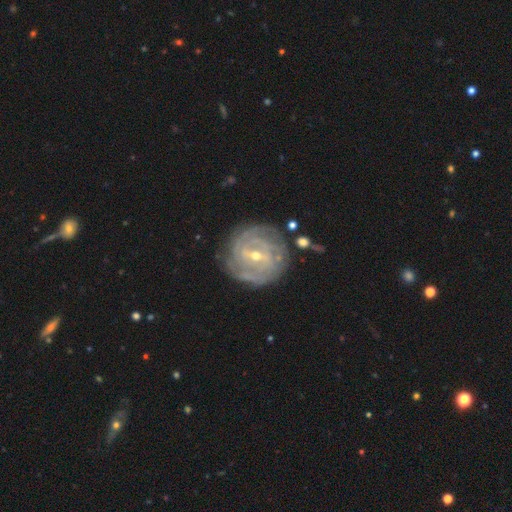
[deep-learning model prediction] The model was most divided on "spiral arm count": can't tell: 34%, 2: 20%, 3: 18%, 4: 16%, more than 4: 7%, 1: 6%. Remaining: edge-on disk — no (97%); spiral arms — yes (94%); smooth or featured — featured or disk (87%); merging — none (79%); spiral winding — tight (77%); bulge size — small (60%); bar — weak (49%).